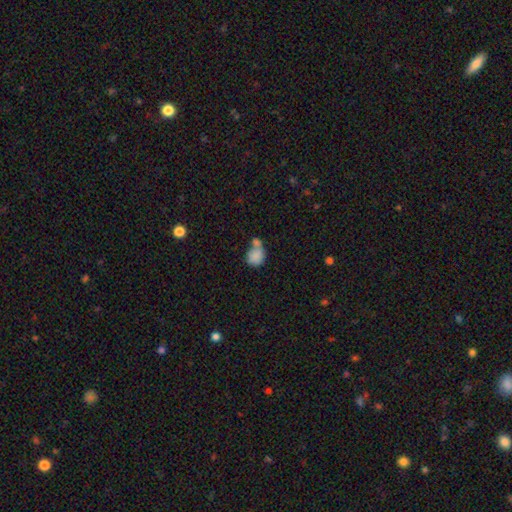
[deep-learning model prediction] Morphology: type=smooth (83%); roundness=round (61%); merging=merger (52%).